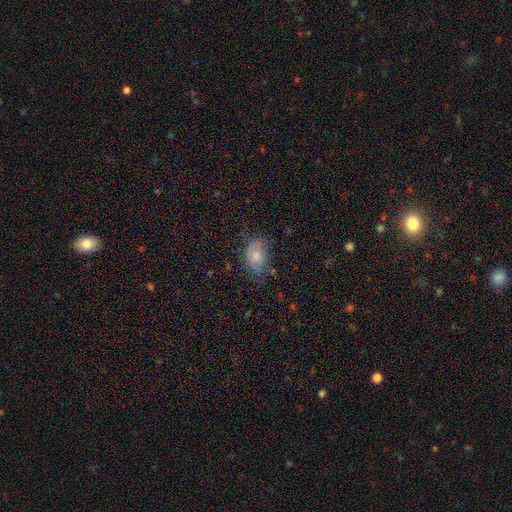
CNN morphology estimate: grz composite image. It shows a smooth galaxy with no disk features (59%) that is in between round and cigar-shaped (77%). Merging: none (61%).